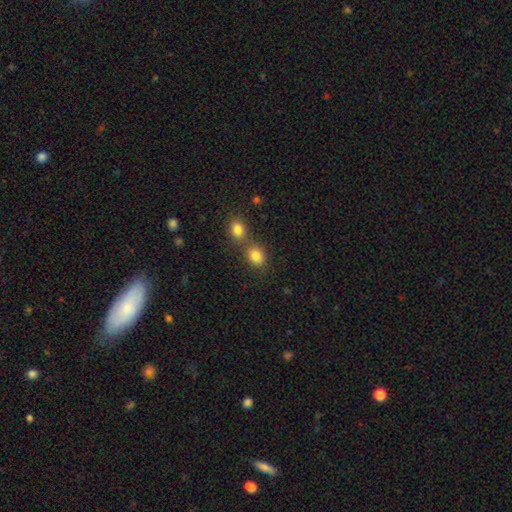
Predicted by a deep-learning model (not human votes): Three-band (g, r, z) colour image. It shows a smooth galaxy with no disk features (83%) that is round (67%). Merging: none (50%).